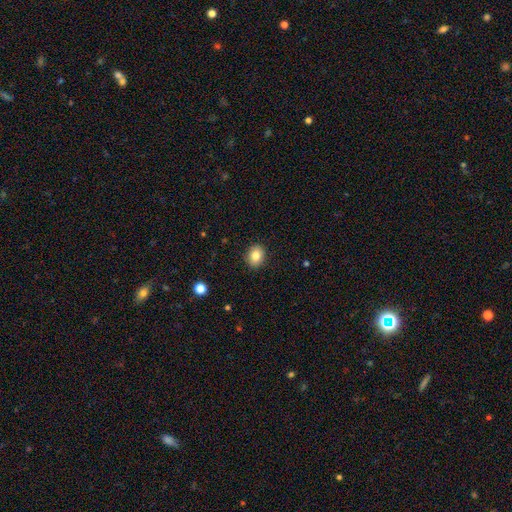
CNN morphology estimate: This is clearly a smooth galaxy (84%). How rounded: possibly in between (54%). Merging: clearly none (90%).